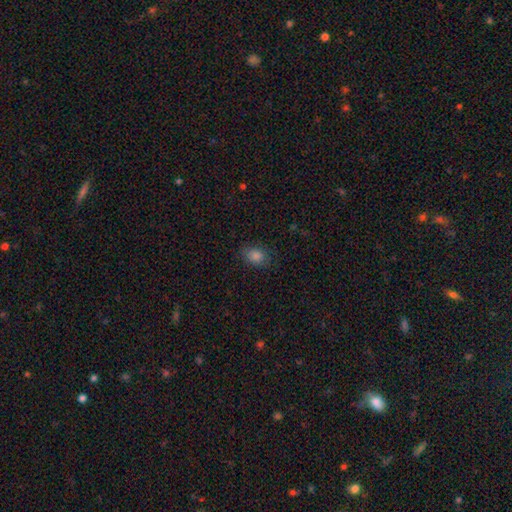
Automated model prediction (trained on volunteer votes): The model was most divided on "how rounded": in between: 62%, round: 37%, cigar-shaped: 1%. More confident: merging — none (83%); smooth or featured — smooth (81%).